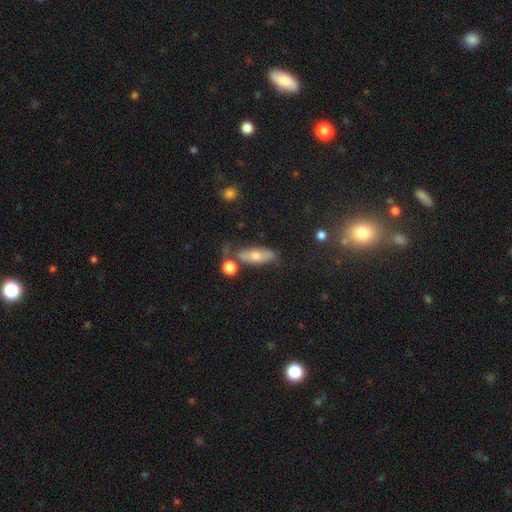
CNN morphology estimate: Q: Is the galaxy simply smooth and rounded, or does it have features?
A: smooth — 47%.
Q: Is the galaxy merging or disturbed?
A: none — 58%.